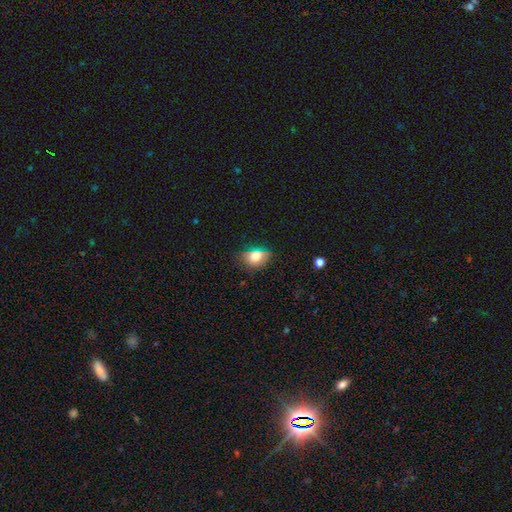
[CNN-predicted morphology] Overall: smooth (75%). How rounded: in between (67%; round 31%). Merging: none (65%; minor disturbance 26%).